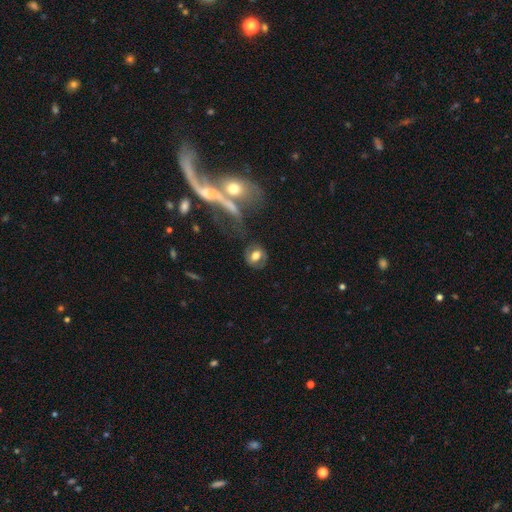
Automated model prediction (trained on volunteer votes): Morphology: type=smooth (52%); roundness=round (50%); merging=none (69%).